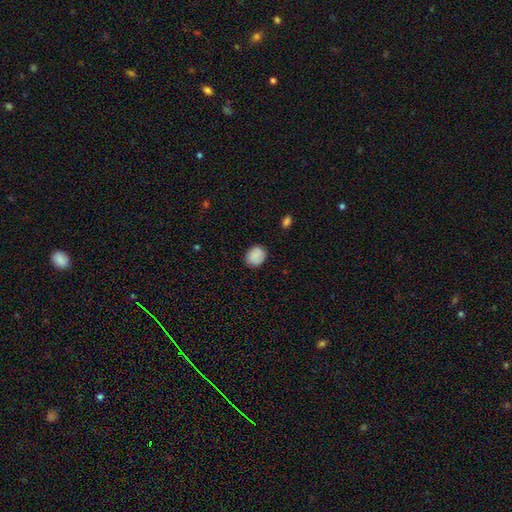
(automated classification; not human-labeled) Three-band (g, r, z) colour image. It shows a smooth galaxy with no disk features (87%) that is round (66%). Merging: none (86%).